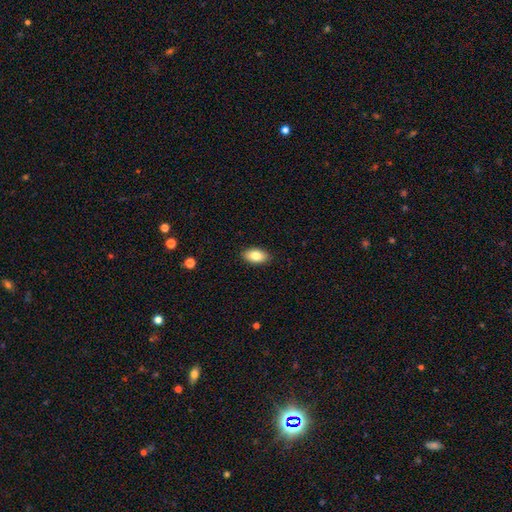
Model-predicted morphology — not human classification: Smooth or featured? Predicted: smooth (p=0.83). How rounded? Predicted: in between (p=0.93). Merging? Predicted: none (p=0.89).